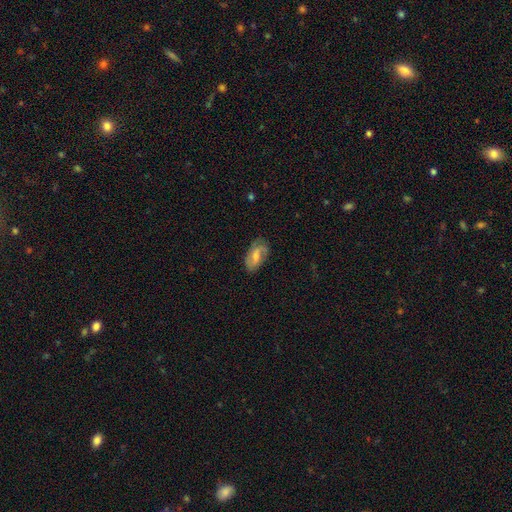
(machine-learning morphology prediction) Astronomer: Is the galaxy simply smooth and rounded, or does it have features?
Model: featured or disk — 59%.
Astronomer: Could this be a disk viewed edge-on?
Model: no — 94%.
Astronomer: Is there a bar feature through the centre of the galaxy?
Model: weak — 47% (runner-up: no, 40%).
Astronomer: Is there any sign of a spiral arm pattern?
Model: yes — 86%.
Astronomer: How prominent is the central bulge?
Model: moderate — 51% (runner-up: small, 33%).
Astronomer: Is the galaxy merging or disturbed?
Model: none — 74%.